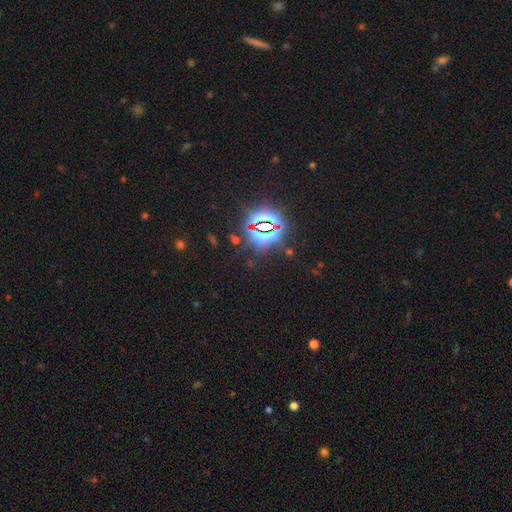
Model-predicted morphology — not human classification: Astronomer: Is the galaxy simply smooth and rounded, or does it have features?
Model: star or artifact — 85%.